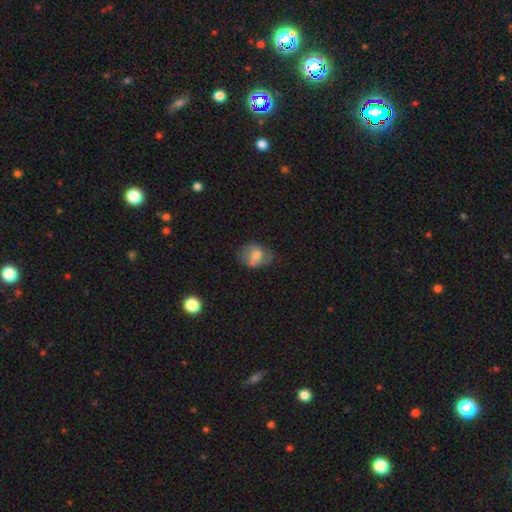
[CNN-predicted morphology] Smooth or featured: smooth — 54% (featured or disk — 37%)
How rounded: in between — 56% (round — 43%)
Merging: none — 48% (minor disturbance — 27%)